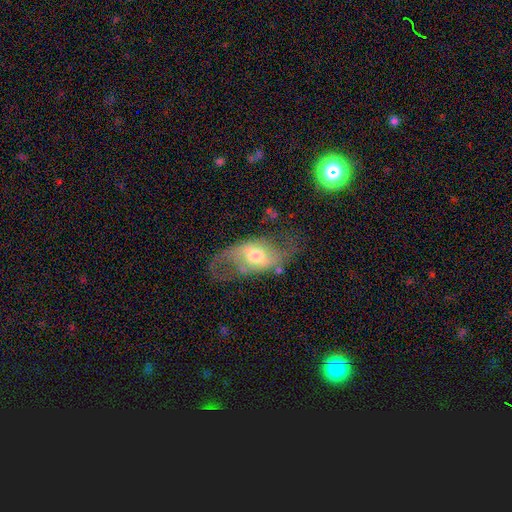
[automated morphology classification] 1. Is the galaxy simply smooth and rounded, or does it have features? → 69% featured or disk, 25% smooth, 6% star or artifact.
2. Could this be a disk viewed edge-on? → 89% no, 11% yes.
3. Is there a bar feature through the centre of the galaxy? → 40% weak (tied), 40% no (tied), 21% strong.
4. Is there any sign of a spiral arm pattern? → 70% yes, 30% no.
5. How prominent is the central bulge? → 65% moderate, 19% small, 13% large, 2% dominant, 2% none.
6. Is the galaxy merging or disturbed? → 53% none, 23% major disturbance, 21% minor disturbance, 3% merger.